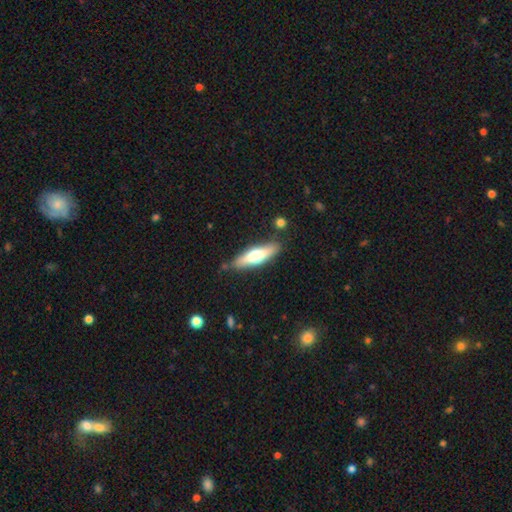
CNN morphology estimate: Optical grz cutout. It shows a smooth galaxy with no disk features (53%) that is cigar-shaped (64%). Merging: none (82%).